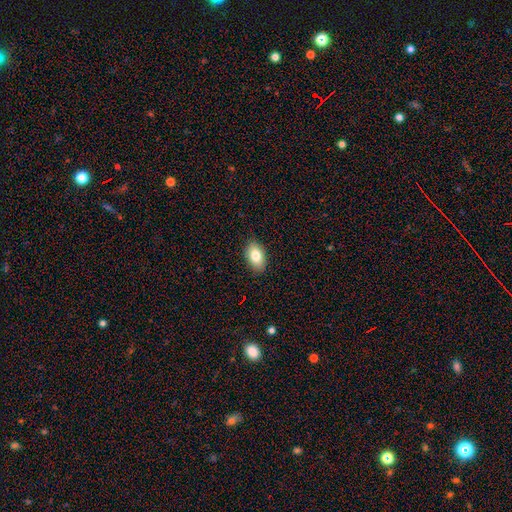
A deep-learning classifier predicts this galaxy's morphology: smooth_or_featured: smooth (p=0.81) [alt: featured or disk p=0.11]
how_rounded: in between (p=0.91) [alt: round p=0.07]
merging: none (p=0.87) [alt: minor disturbance p=0.10]